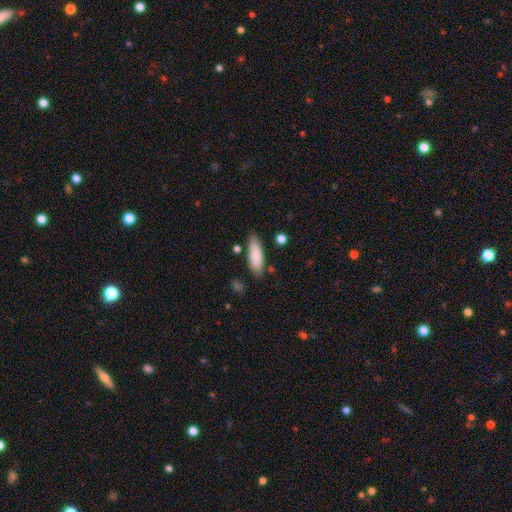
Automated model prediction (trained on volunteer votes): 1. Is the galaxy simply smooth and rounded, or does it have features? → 85% smooth, 9% featured or disk, 6% star or artifact.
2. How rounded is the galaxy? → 50% in between, 48% cigar-shaped, 2% round.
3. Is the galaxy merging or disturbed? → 82% none, 12% minor disturbance, 3% merger, 3% major disturbance.